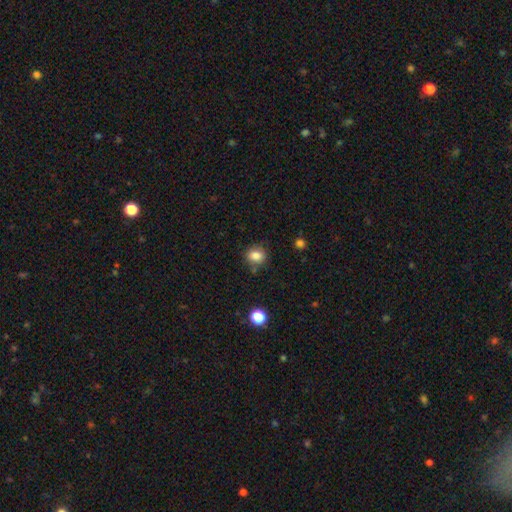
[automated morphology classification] smooth_or_featured: smooth (p=0.83) [alt: star or artifact p=0.11]
how_rounded: round (p=0.68) [alt: in between p=0.31]
merging: none (p=0.80) [alt: minor disturbance p=0.13]